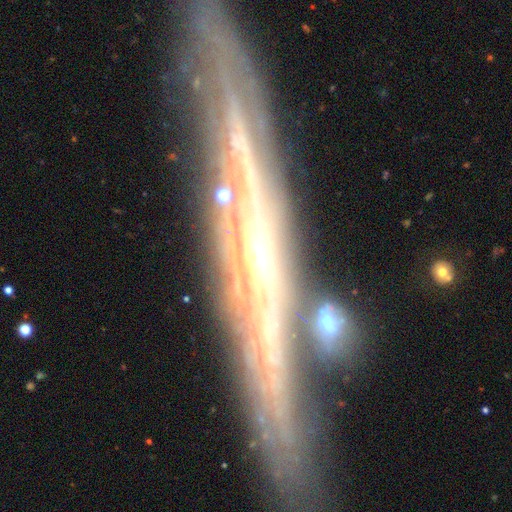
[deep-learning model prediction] smooth-or-featured: featured or disk: 83% | smooth: 10% | star or artifact: 8%
  disk-edge-on: yes: 87% | no: 13%
    edge-on-bulge: rounded: 52% | none: 42% | boxy: 6%
  merging: none: 81% | minor disturbance: 13% | major disturbance: 3% | merger: 3%